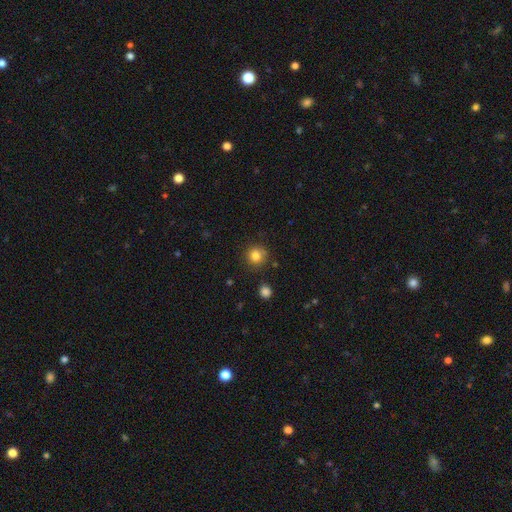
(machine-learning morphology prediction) This is clearly a smooth galaxy (83%). How rounded: clearly round (93%). Merging: clearly none (85%).